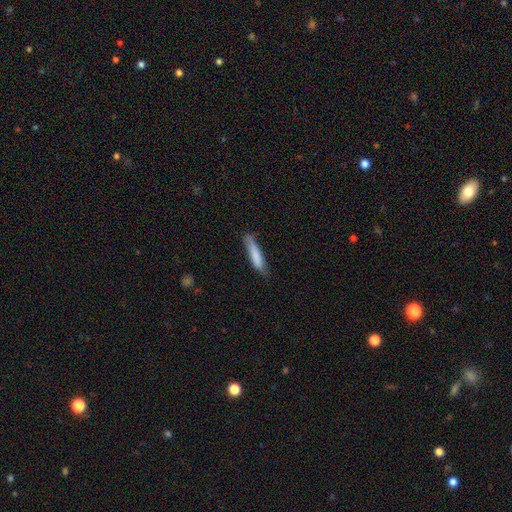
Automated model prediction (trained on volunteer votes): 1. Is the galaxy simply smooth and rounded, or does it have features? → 80% smooth, 14% featured or disk, 6% star or artifact.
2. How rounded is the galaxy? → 87% cigar-shaped, 12% in between, 1% round.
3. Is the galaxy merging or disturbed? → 71% none, 23% minor disturbance, 4% major disturbance, 2% merger.